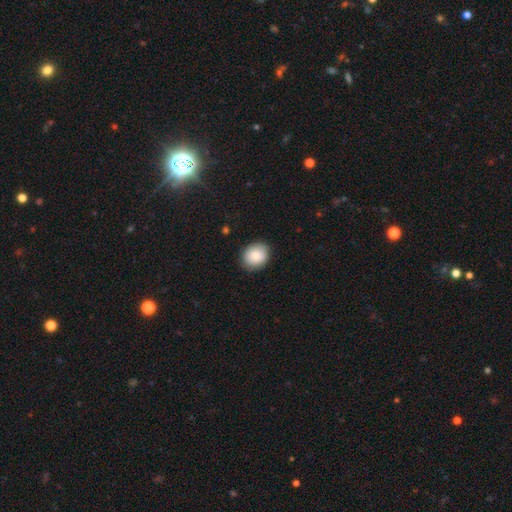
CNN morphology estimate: A smooth galaxy with no disk features (83%) that is round (62%). Merging: none (87%).